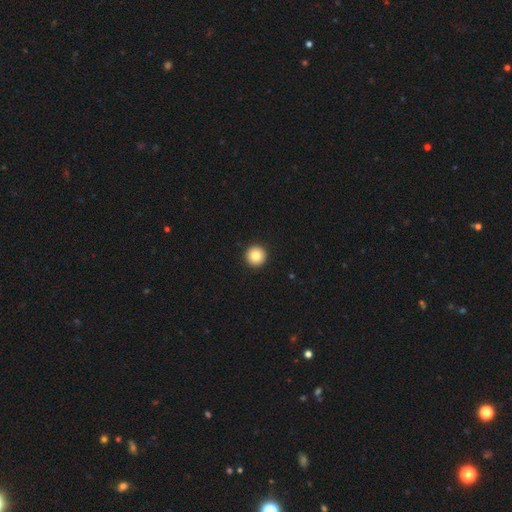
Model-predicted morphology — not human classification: A smooth galaxy with no disk features (85%) that is round (97%).

Vote fractions:
- Smooth or featured? smooth: 85% / star or artifact: 9% / featured or disk: 6%
- How rounded? round: 97% / in between: 2% / cigar-shaped: 1%
- Merging? none: 94% / minor disturbance: 3% / major disturbance: 1% / merger: 1%